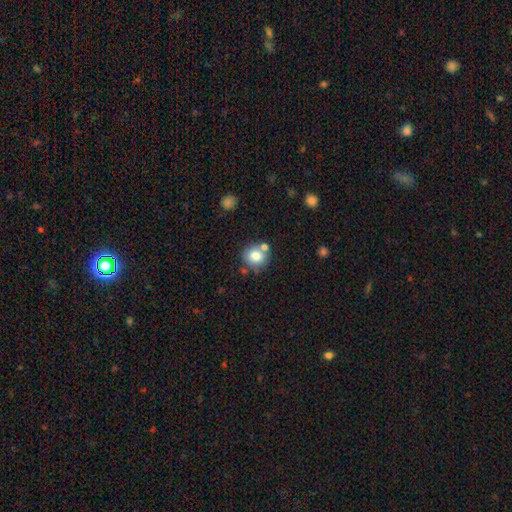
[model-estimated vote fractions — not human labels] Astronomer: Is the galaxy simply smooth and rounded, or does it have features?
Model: smooth — 78%.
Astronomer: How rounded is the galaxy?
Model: round — 87%.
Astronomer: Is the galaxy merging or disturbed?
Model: none — 67%.